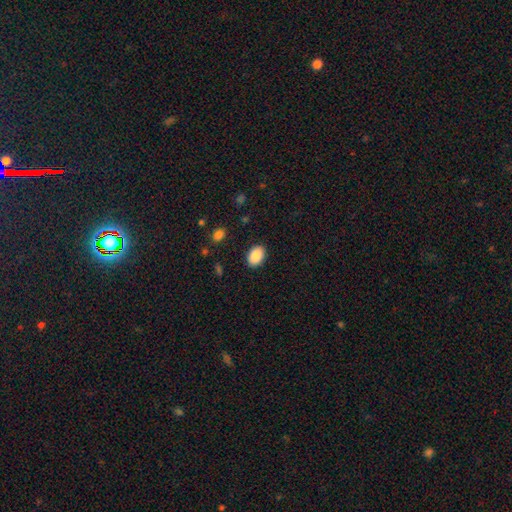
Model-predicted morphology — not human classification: Smooth or featured? smooth (89%)
How rounded? in between (84%)
Merging? none (89%)